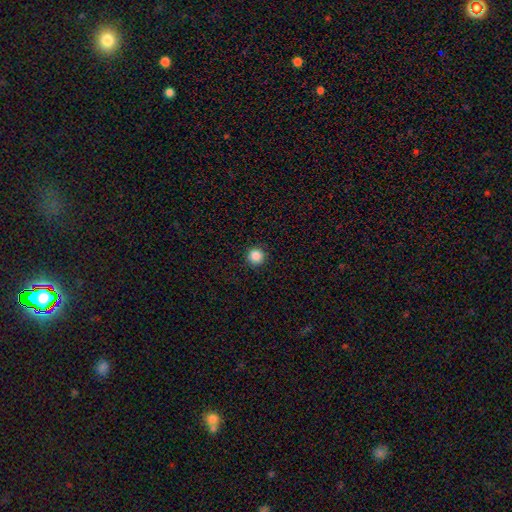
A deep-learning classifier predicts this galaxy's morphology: type=smooth (86%); roundness=round (96%); merging=none (93%).